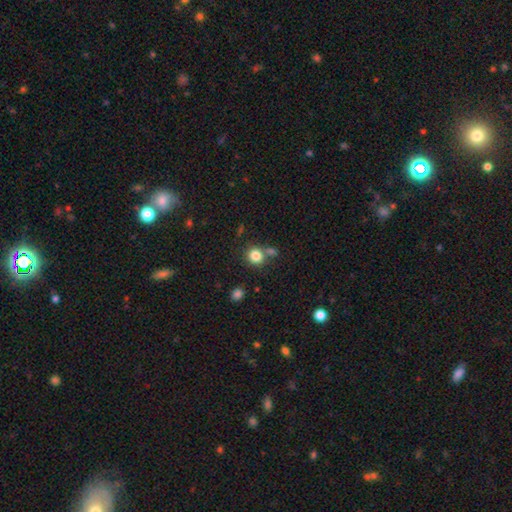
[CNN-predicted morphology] Smooth or featured?
  - smooth: 83% *
  - star or artifact: 11%
  - featured or disk: 6%
How rounded?
  - round: 80% *
  - in between: 19%
  - cigar-shaped: 1%
Merging?
  - none: 66% *
  - merger: 18%
  - minor disturbance: 11%
  - major disturbance: 4%